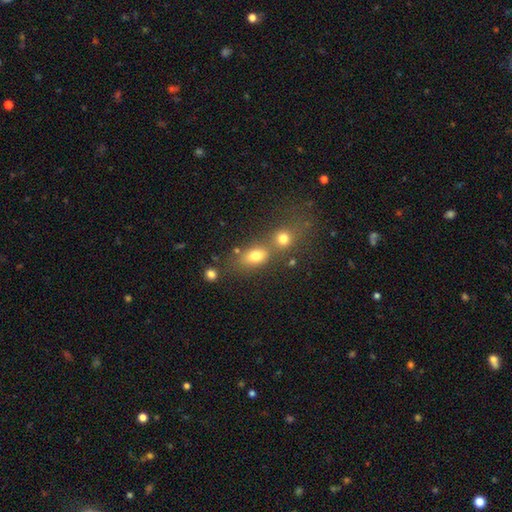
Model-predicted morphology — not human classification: Smooth or featured?
  - smooth: 77% *
  - star or artifact: 13%
  - featured or disk: 10%
How rounded?
  - in between: 69% *
  - round: 28%
  - cigar-shaped: 3%
Merging?
  - none: 42% *
  - merger: 41%
  - minor disturbance: 11%
  - major disturbance: 6%